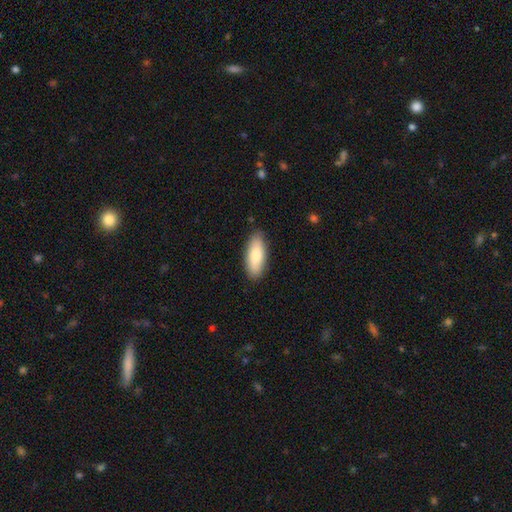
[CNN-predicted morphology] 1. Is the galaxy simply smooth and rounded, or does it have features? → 82% smooth, 13% featured or disk, 5% star or artifact.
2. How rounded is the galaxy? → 77% in between, 21% cigar-shaped, 2% round.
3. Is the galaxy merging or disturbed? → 87% none, 10% minor disturbance, 2% major disturbance, 1% merger.